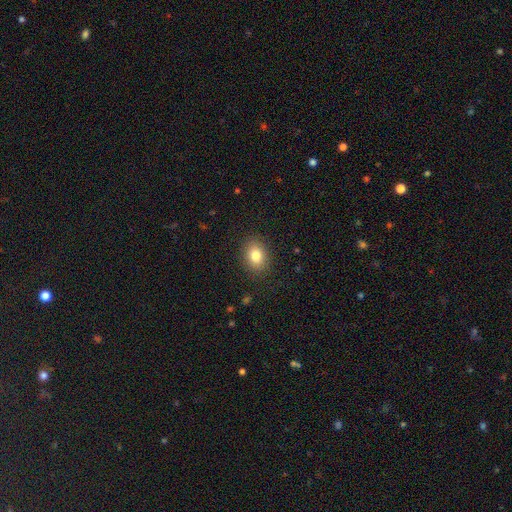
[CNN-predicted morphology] Smooth or featured?
  - smooth: 82% *
  - star or artifact: 10%
  - featured or disk: 9%
How rounded?
  - in between: 65% *
  - round: 34%
  - cigar-shaped: 1%
Merging?
  - none: 88% *
  - minor disturbance: 9%
  - major disturbance: 3%
  - merger: 1%